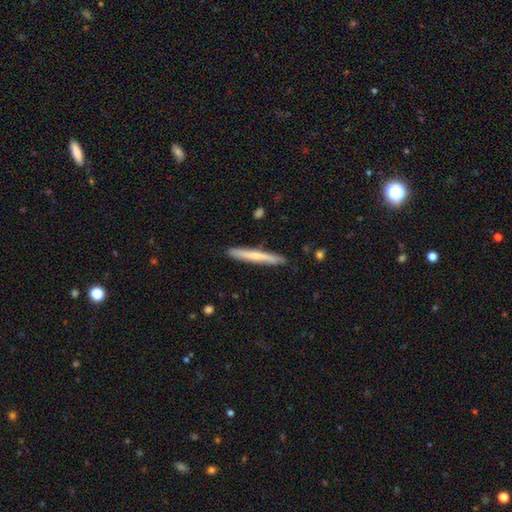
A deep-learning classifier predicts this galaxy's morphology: Smooth or featured: smooth — 58% (featured or disk — 37%)
How rounded: cigar-shaped — 96% (in between — 3%)
Merging: none — 89% (minor disturbance — 8%)